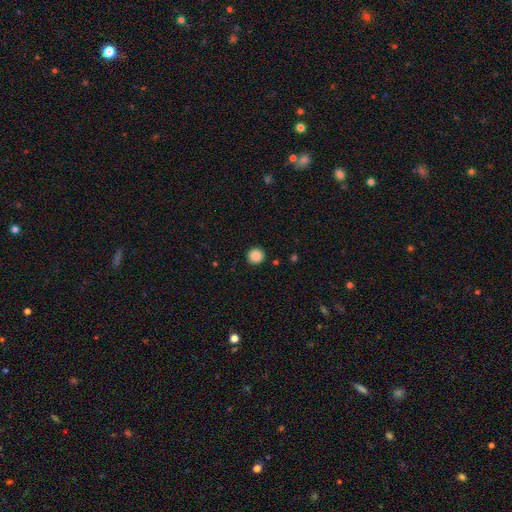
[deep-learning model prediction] smooth 88%, star or artifact 10%, featured or disk 3%. Down the decision tree: how rounded — round (94%); merging — none (91%).